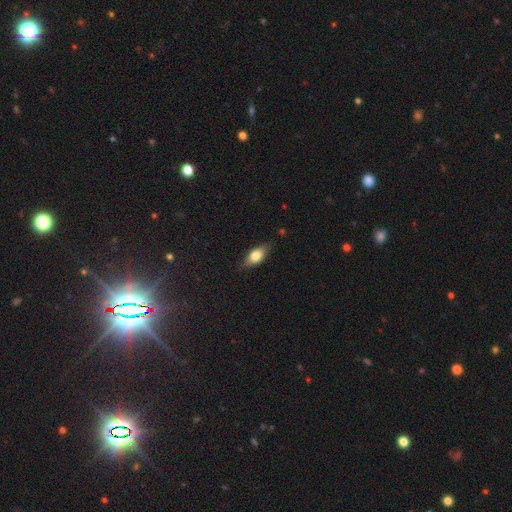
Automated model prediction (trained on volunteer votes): smooth_or_featured: smooth (p=0.68) [alt: featured or disk p=0.25]
how_rounded: in between (p=0.80) [alt: cigar-shaped p=0.15]
merging: none (p=0.81) [alt: minor disturbance p=0.15]